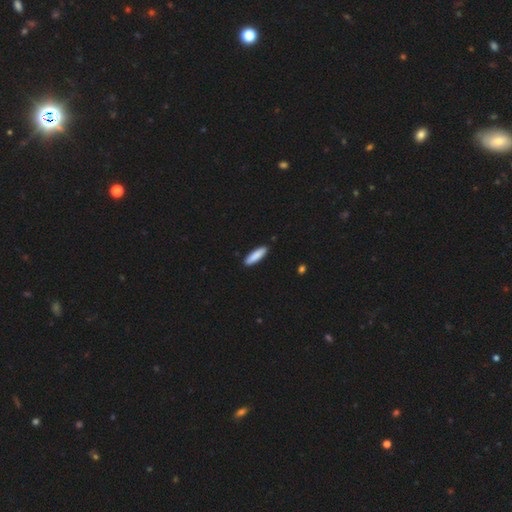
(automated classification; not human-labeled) Smooth or featured?
  - smooth: 87% *
  - featured or disk: 8%
  - star or artifact: 5%
How rounded?
  - cigar-shaped: 72% *
  - in between: 27%
  - round: 1%
Merging?
  - none: 90% *
  - minor disturbance: 7%
  - major disturbance: 1%
  - merger: 1%